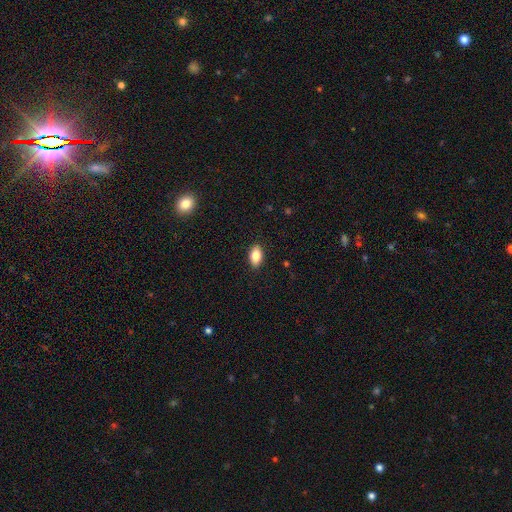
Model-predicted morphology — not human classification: smooth-or-featured: smooth: 84% | featured or disk: 8% | star or artifact: 7%
  how-rounded: in between: 92% | round: 5% | cigar-shaped: 3%
  merging: none: 90% | minor disturbance: 8% | major disturbance: 2% | merger: 1%